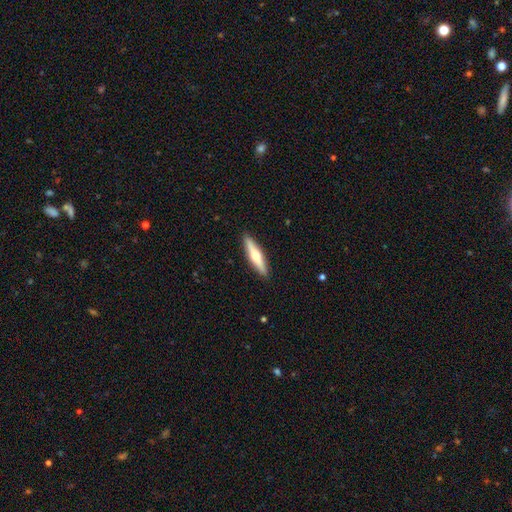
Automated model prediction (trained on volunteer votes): This appears to be a featured or disk galaxy (52%) viewed edge-on (95%). Merging: none (91%).